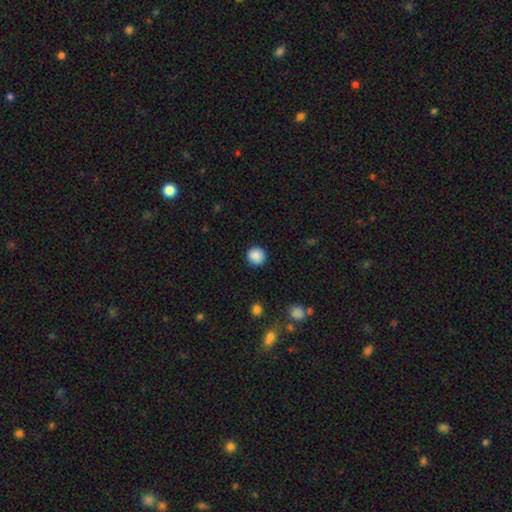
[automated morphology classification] smooth_or_featured: smooth (p=0.88) [alt: star or artifact p=0.09]
how_rounded: round (p=0.94) [alt: in between p=0.05]
merging: none (p=0.91) [alt: minor disturbance p=0.06]